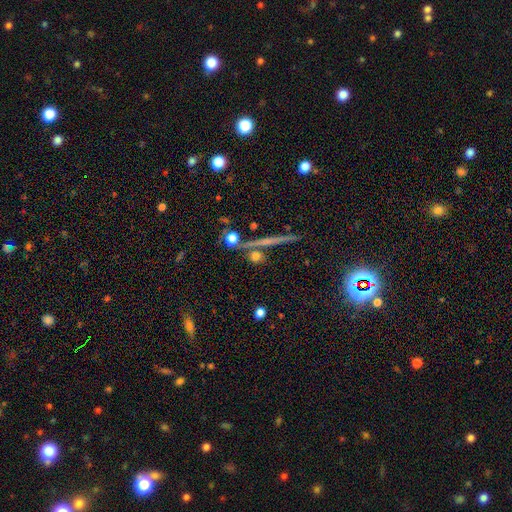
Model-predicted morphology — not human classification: Smooth or featured?
  - smooth: 62% *
  - featured or disk: 22%
  - star or artifact: 16%
How rounded?
  - round: 71% *
  - cigar-shaped: 15%
  - in between: 13%
Merging?
  - none: 71% *
  - merger: 15%
  - minor disturbance: 9%
  - major disturbance: 5%